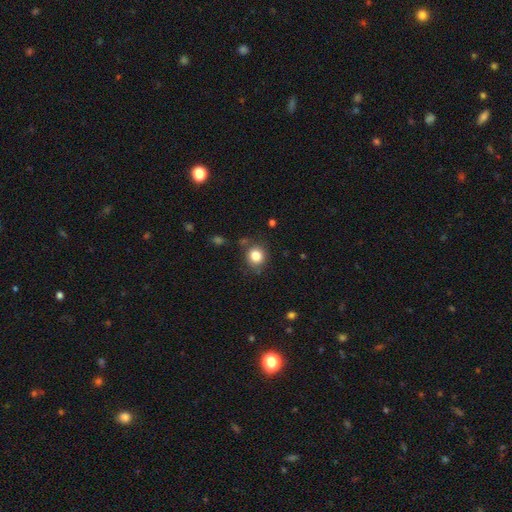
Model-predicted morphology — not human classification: Overall: smooth (83%). How rounded: round (84%). Merging: none (80%).